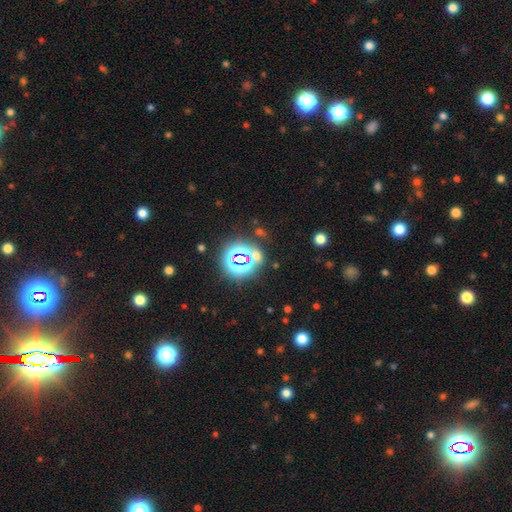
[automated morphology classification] Q: Smooth or featured?
A: star or artifact (64%); runner-up: smooth (27%)